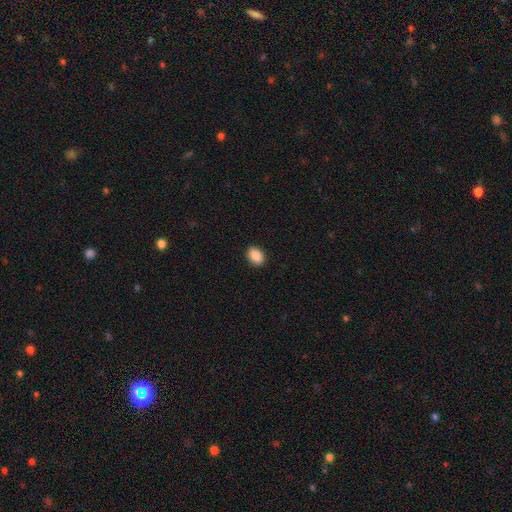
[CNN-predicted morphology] Q: Smooth or featured?
A: smooth (90%); runner-up: star or artifact (8%)
Q: How rounded?
A: in between (72%); runner-up: round (27%)
Q: Merging?
A: none (90%); runner-up: minor disturbance (7%)